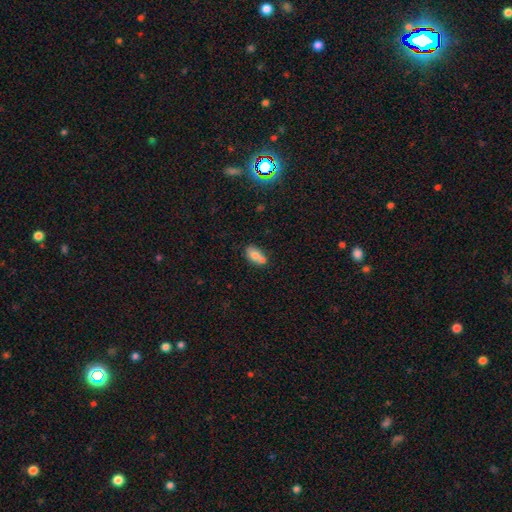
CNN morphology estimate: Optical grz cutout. It shows a smooth galaxy with no disk features (72%) that is in between round and cigar-shaped (88%). Merging: none (45%).